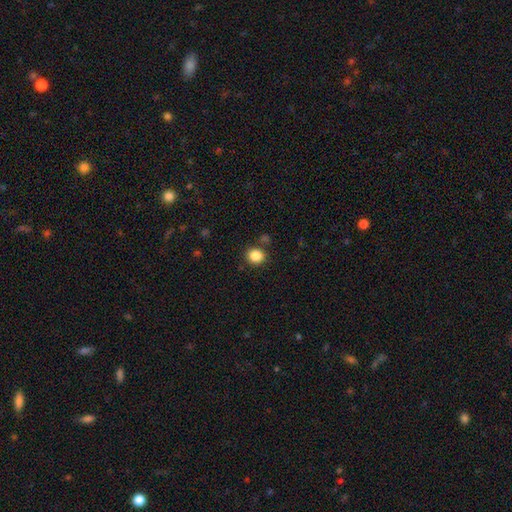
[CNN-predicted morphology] Smooth or featured: smooth — 85% (star or artifact — 11%)
How rounded: round — 81% (in between — 18%)
Merging: none — 84% (minor disturbance — 8%)